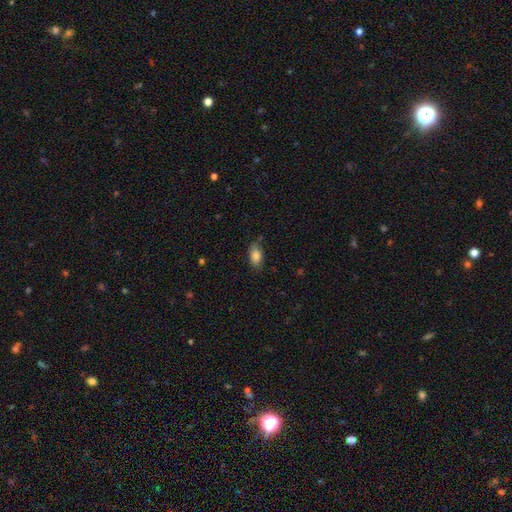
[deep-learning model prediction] This appears to be a smooth galaxy with no disk features (84%) that is in between round and cigar-shaped (90%). Merging: none (74%).